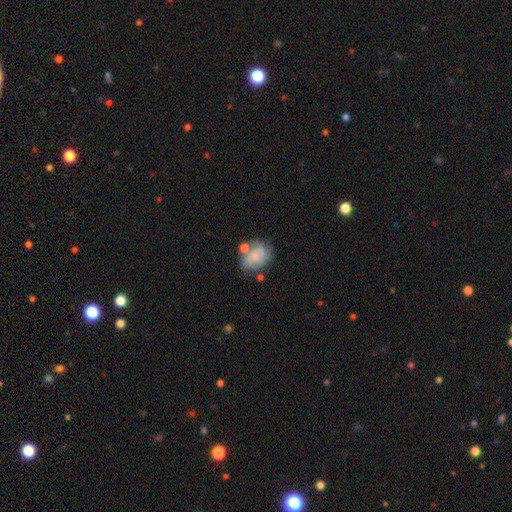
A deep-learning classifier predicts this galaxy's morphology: Smooth or featured? smooth (47%)
Merging? none (49%)